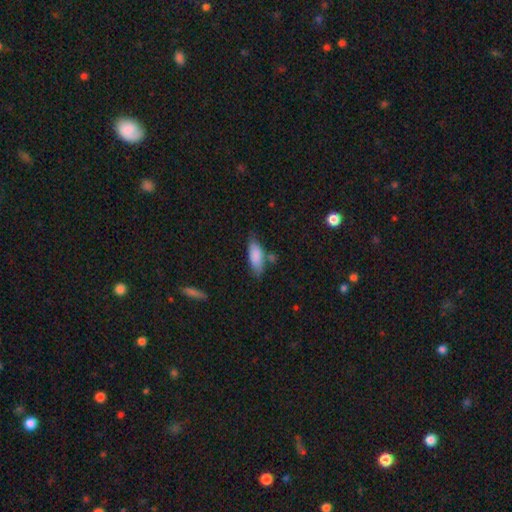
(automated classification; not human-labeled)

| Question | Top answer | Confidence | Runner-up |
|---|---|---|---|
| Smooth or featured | smooth | 85% | featured or disk (9%) |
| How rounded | in between | 76% | cigar-shaped (22%) |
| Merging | none | 68% | minor disturbance (20%) |